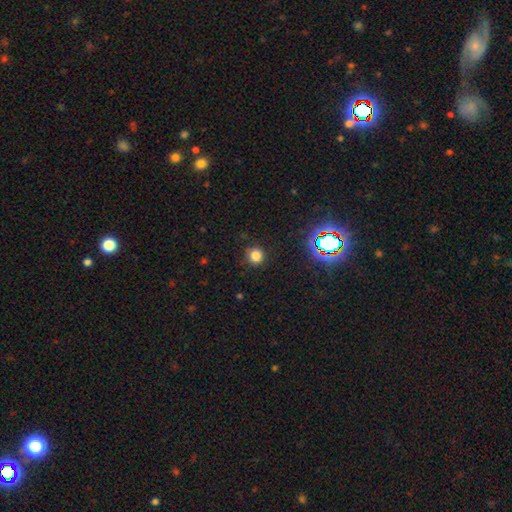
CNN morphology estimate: type=smooth (78%); roundness=round (90%); merging=none (85%).